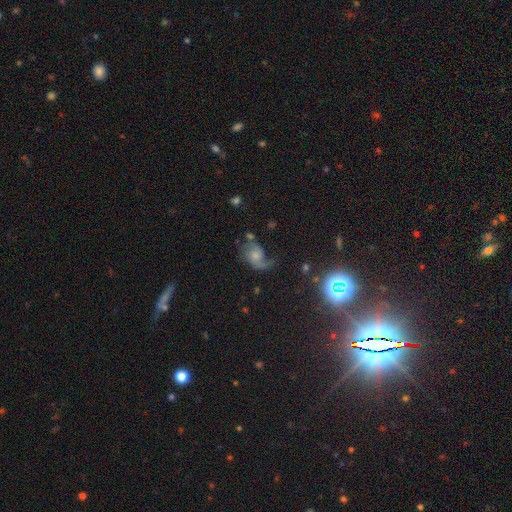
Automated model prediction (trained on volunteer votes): This is likely a featured or disk galaxy (65%). It is clearly not viewed edge-on (97%). Bar: likely no (69%). Spiral arm pattern: clearly yes (90%). Spiral arm count: possibly 2 (54%). Spiral winding: possibly loose (54%). Central bulge: marginally small (44%). Merging: marginally none (39%).